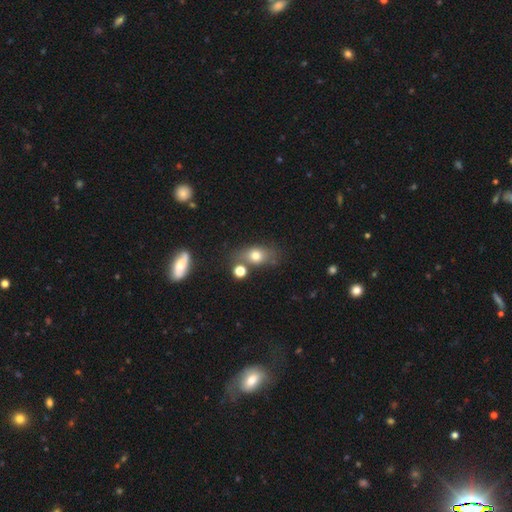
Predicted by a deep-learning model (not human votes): smooth_or_featured: smooth (p=0.72) [alt: featured or disk p=0.16]
how_rounded: in between (p=0.65) [alt: round p=0.31]
merging: none (p=0.60) [alt: minor disturbance p=0.17]